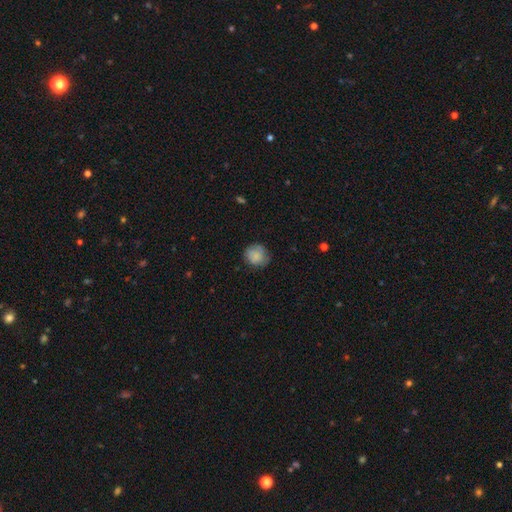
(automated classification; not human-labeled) Smooth or featured? smooth (79%)
How rounded? round (85%)
Merging? none (72%)